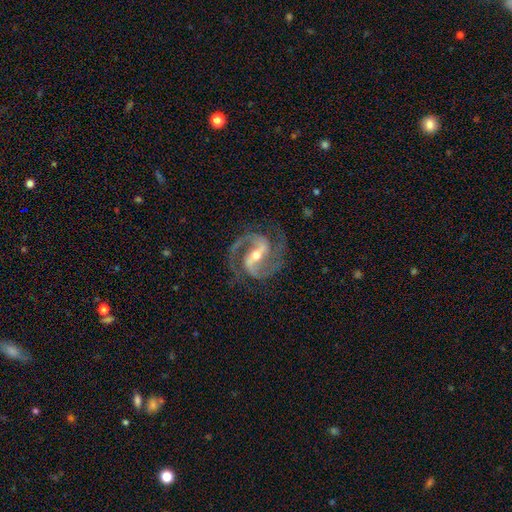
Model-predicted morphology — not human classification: Overall: featured or disk (93%). Edge-on disk: no (98%). Bar: strong (58%; weak 33%). Spiral arms: yes (99%). Spiral arm count: 2 (92%). Spiral winding: medium (65%). Bulge size: moderate (51%; small 44%). Merging: none (81%).